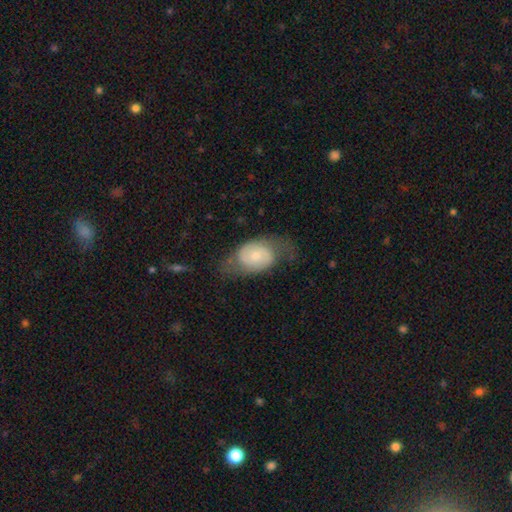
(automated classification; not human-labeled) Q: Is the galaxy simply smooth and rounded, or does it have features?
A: featured or disk — 54%.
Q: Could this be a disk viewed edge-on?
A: no — 95%.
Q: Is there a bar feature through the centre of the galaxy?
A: no — 70%.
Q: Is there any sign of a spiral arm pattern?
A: yes — 76%.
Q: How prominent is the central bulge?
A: small — 55%.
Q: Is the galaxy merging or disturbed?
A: none — 50%.